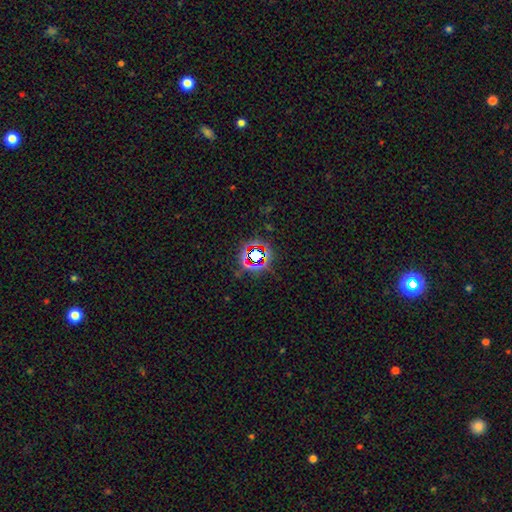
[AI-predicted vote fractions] The model was most divided on "smooth or featured": star or artifact: 72%, smooth: 18%, featured or disk: 10%.